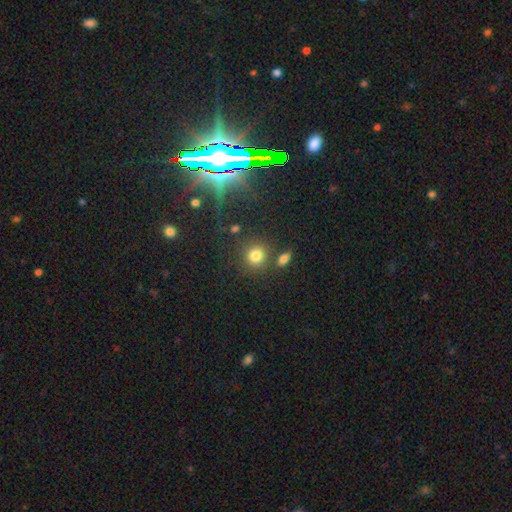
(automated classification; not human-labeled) Smooth or featured: smooth — 78% (star or artifact — 15%)
How rounded: round — 84% (in between — 14%)
Merging: none — 73% (merger — 11%)